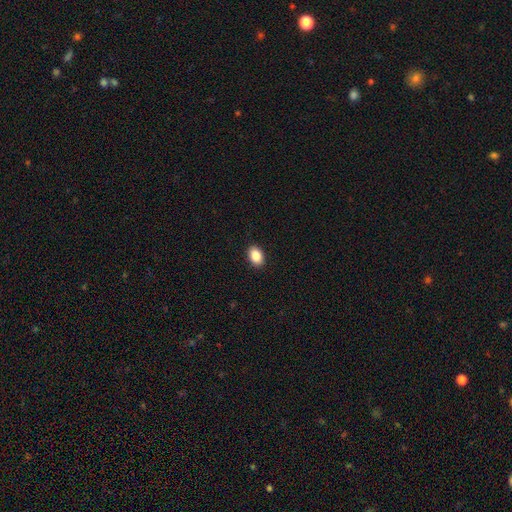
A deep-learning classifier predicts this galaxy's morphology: smooth-or-featured: smooth: 88% | star or artifact: 8% | featured or disk: 4%
  how-rounded: in between: 83% | round: 16% | cigar-shaped: 1%
  merging: none: 91% | minor disturbance: 7% | major disturbance: 2% | merger: 1%